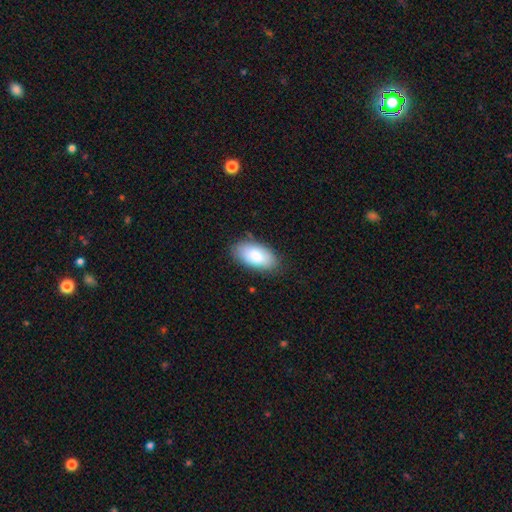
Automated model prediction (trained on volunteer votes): A smooth galaxy with no disk features (85%) that is in between round and cigar-shaped (94%).

Vote fractions:
- Smooth or featured? smooth: 85% / featured or disk: 9% / star or artifact: 6%
- How rounded? in between: 94% / cigar-shaped: 4% / round: 2%
- Merging? none: 83% / minor disturbance: 13% / major disturbance: 3% / merger: 1%